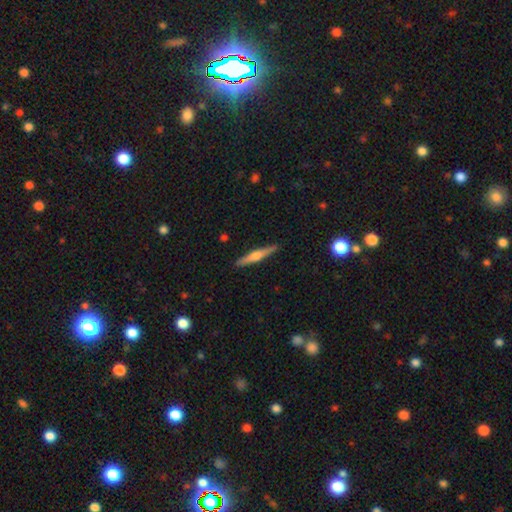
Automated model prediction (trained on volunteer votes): Morphology: type=featured or disk (56%); edge-on=yes (97%); edge-on bulge=rounded (81%); merging=none (90%).